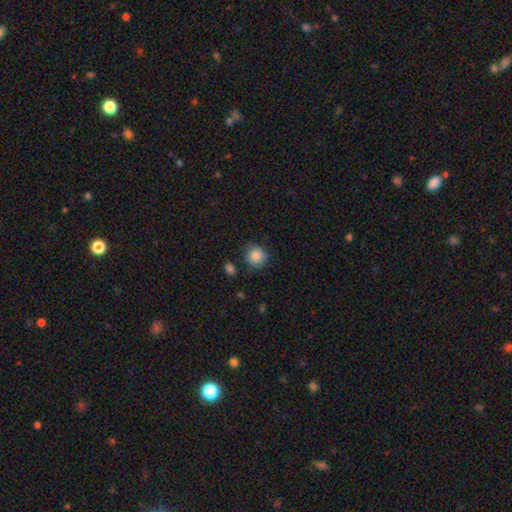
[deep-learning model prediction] The model was most divided on "merging": none: 81%, minor disturbance: 13%, major disturbance: 3%, merger: 3%. More confident: how rounded — round (89%); smooth or featured — smooth (86%).